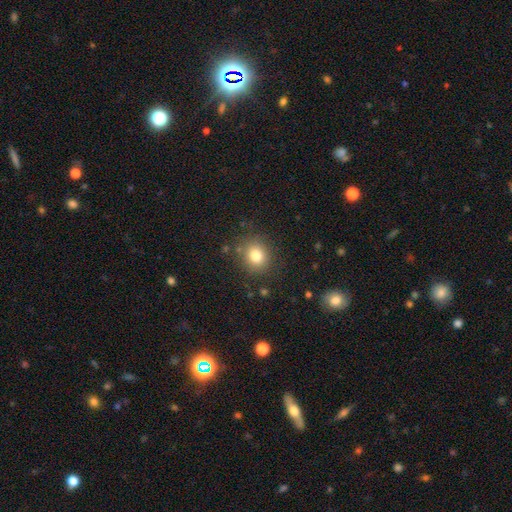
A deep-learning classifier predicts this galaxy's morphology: Smooth or featured? smooth (80%)
How rounded? round (78%)
Merging? none (84%)